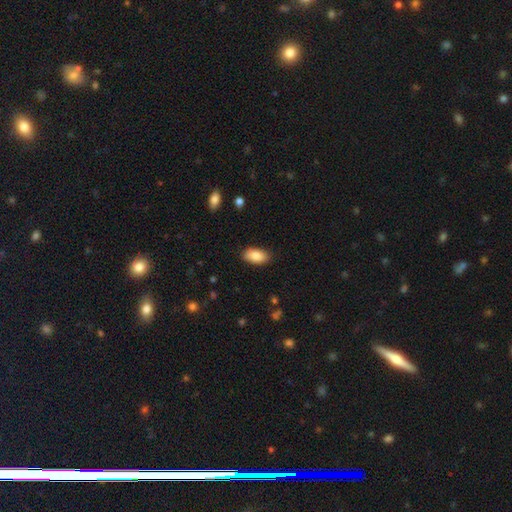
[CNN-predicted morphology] Smooth or featured? Predicted: smooth (p=0.85). How rounded? Predicted: in between (p=0.93). Merging? Predicted: none (p=0.87).